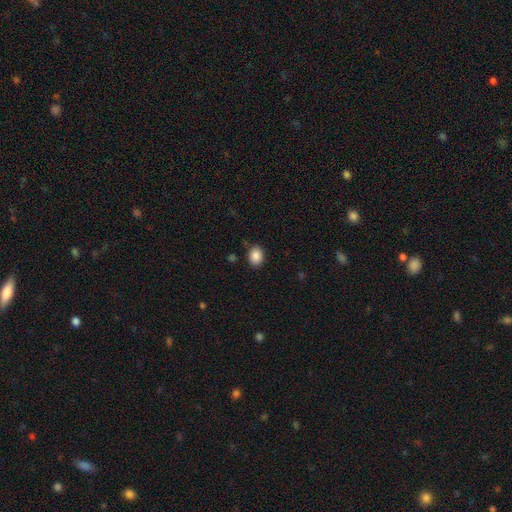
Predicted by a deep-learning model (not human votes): smooth_or_featured: smooth (p=0.87) [alt: star or artifact p=0.09]
how_rounded: in between (p=0.60) [alt: round p=0.40]
merging: none (p=0.86) [alt: minor disturbance p=0.10]